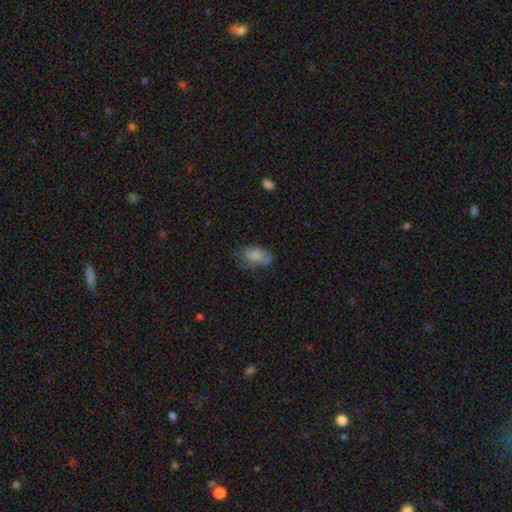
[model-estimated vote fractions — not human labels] This is likely a smooth galaxy (75%). How rounded: clearly in between (90%). Merging: possibly none (46%).